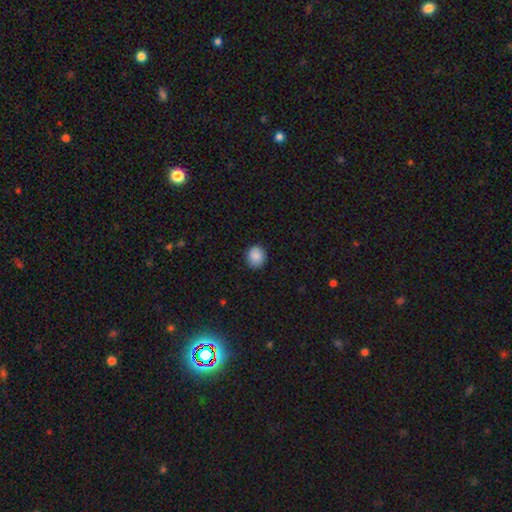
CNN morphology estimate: smooth-or-featured: smooth: 89% | star or artifact: 8% | featured or disk: 3%
  how-rounded: round: 78% | in between: 21% | cigar-shaped: 1%
  merging: none: 89% | minor disturbance: 8% | major disturbance: 2% | merger: 1%